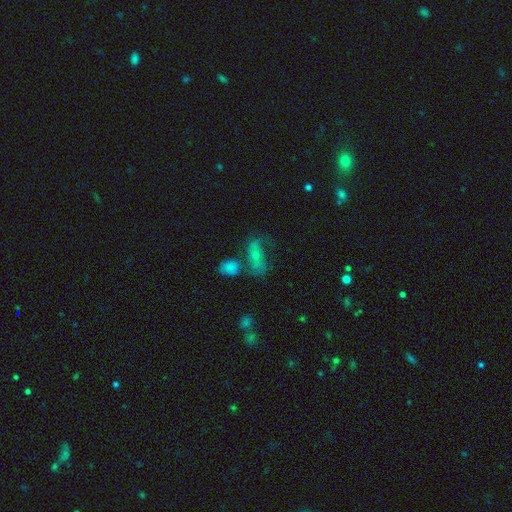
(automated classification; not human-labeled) A featured or disk galaxy (49%). Merging: none (42%).